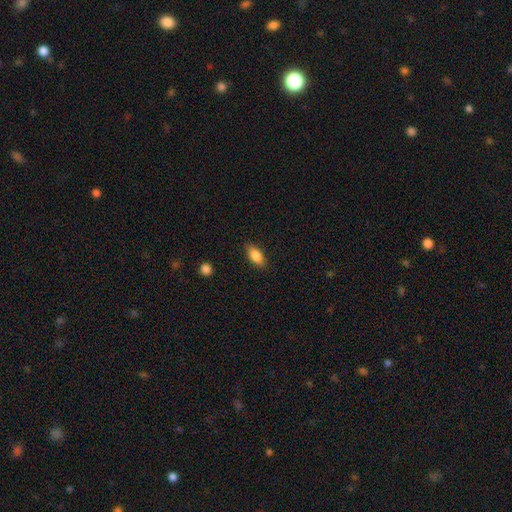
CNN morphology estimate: Smooth or featured: smooth — 85% (featured or disk — 8%)
How rounded: in between — 86% (cigar-shaped — 8%)
Merging: none — 85% (minor disturbance — 11%)